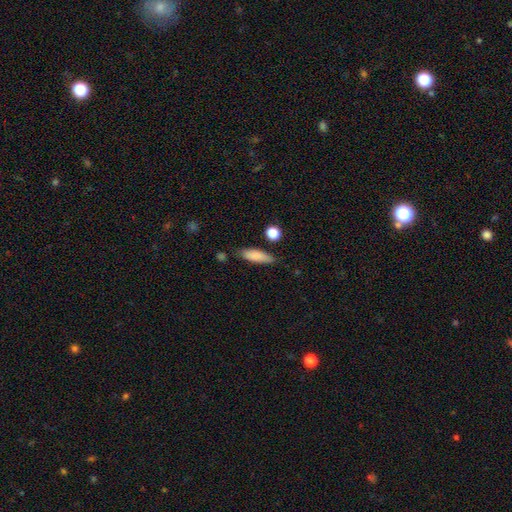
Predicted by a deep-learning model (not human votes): The model was most divided on "how rounded": cigar-shaped: 51%, in between: 47%, round: 2%. More confident: smooth or featured — smooth (82%); merging — none (73%).